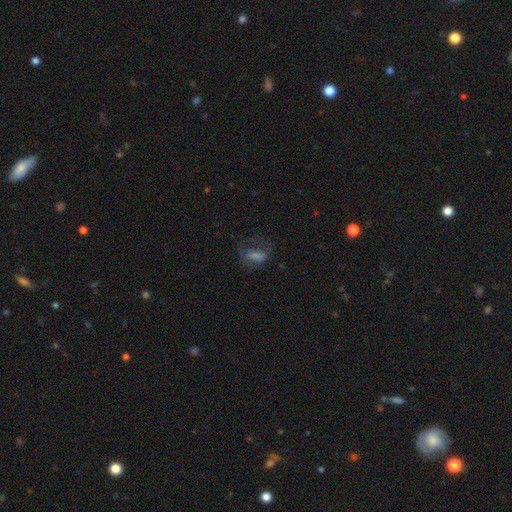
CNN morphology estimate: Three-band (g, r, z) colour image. It shows a smooth galaxy with no disk features (48%). Merging: none (50%).